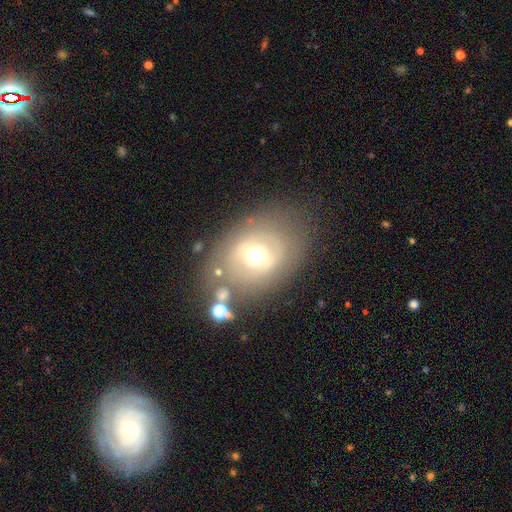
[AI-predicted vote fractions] Smooth or featured? featured or disk (53%)
Edge-on disk? no (93%)
Merging? none (69%)